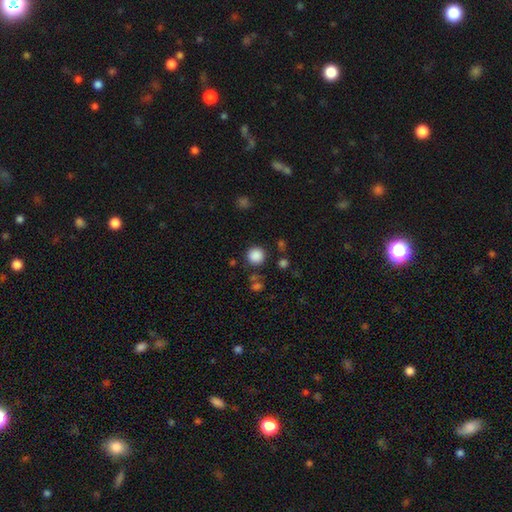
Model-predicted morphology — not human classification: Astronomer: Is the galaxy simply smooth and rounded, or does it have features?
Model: smooth — 86%.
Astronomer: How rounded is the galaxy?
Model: round — 94%.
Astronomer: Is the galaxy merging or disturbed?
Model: none — 85%.